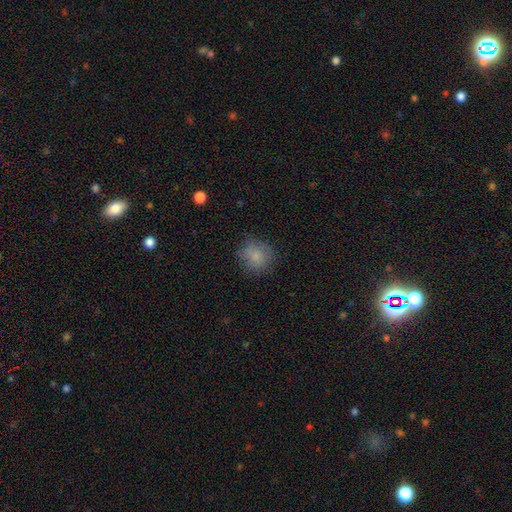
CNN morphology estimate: type=smooth (82%); roundness=round (84%); merging=none (76%).